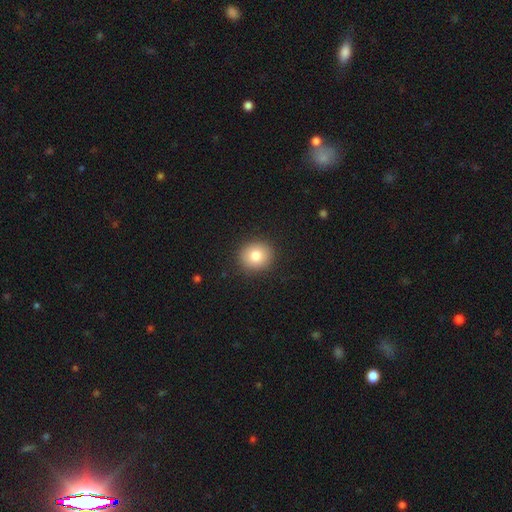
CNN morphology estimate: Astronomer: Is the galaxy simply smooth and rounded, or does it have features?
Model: smooth — 81%.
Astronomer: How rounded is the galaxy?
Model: round — 83%.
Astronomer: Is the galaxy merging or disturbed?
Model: none — 90%.